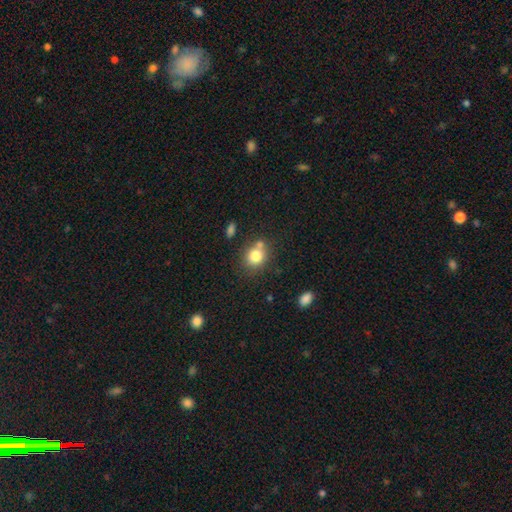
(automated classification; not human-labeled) A smooth galaxy with no disk features (79%) that is round (73%). Merging: none (59%).